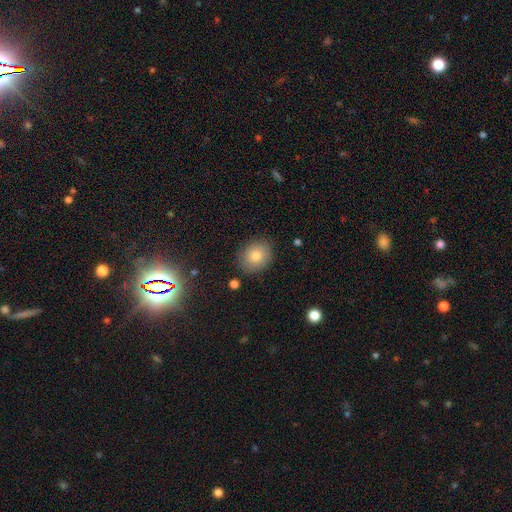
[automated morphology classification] Q: Smooth or featured?
A: smooth (77%); runner-up: star or artifact (12%)
Q: How rounded?
A: round (66%); runner-up: in between (33%)
Q: Merging?
A: none (86%); runner-up: minor disturbance (10%)